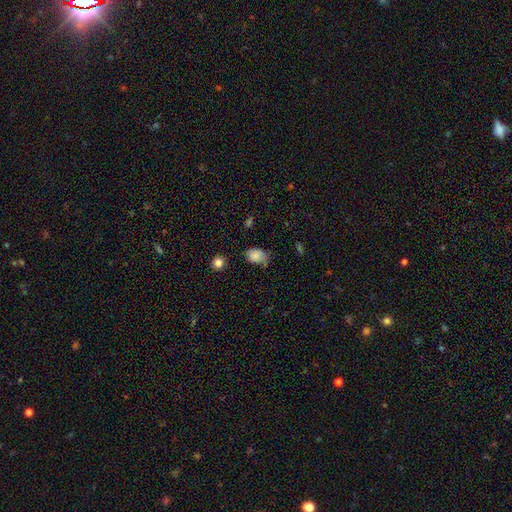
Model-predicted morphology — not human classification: smooth 82%, star or artifact 10%, featured or disk 9%. Down the decision tree: how rounded — in between (76%); merging — none (54%).